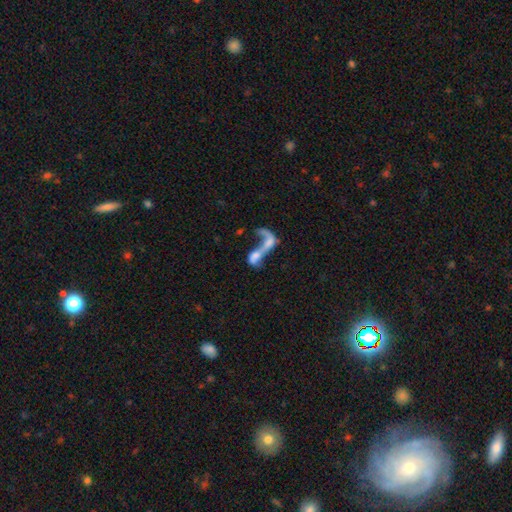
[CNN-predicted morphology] Q: Smooth or featured?
A: featured or disk (54%); runner-up: smooth (35%)
Q: Edge-on disk?
A: no (92%); runner-up: yes (8%)
Q: Merging?
A: merger (64%); runner-up: major disturbance (21%)